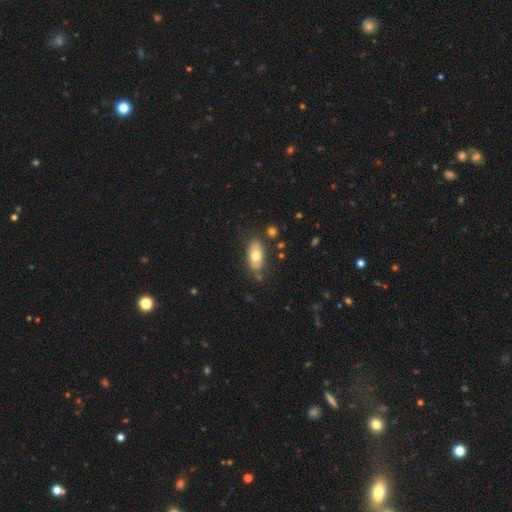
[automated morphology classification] This is likely a smooth galaxy (67%). How rounded: clearly in between (90%). Merging: likely none (78%).